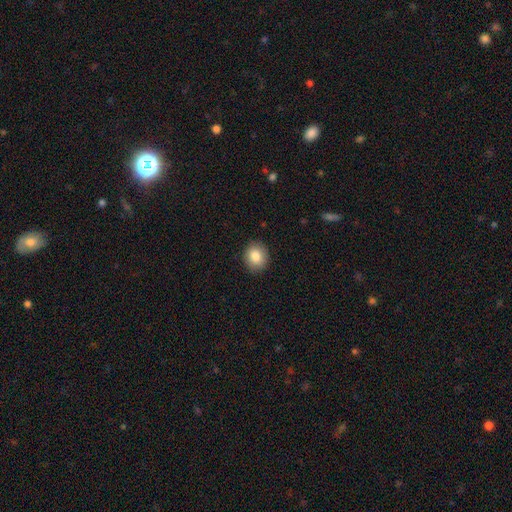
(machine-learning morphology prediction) smooth-or-featured: smooth: 84% | star or artifact: 8% | featured or disk: 8%
  how-rounded: round: 68% | in between: 31% | cigar-shaped: 1%
  merging: none: 89% | minor disturbance: 8% | major disturbance: 2% | merger: 1%